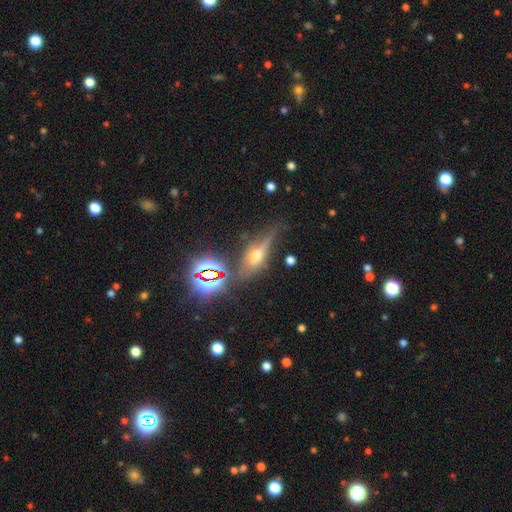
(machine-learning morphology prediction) Q: Smooth or featured?
A: featured or disk (47%); runner-up: smooth (26%)
Q: Merging?
A: none (67%); runner-up: minor disturbance (18%)